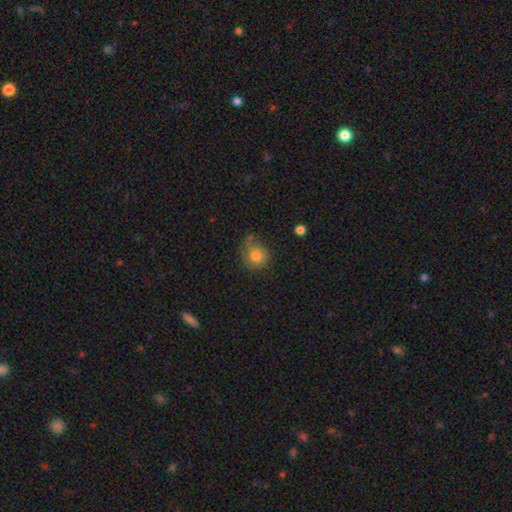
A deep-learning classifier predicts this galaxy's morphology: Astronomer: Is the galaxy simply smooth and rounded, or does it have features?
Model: smooth — 75%.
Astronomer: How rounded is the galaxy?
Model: round — 76%.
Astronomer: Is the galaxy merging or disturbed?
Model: none — 56%.